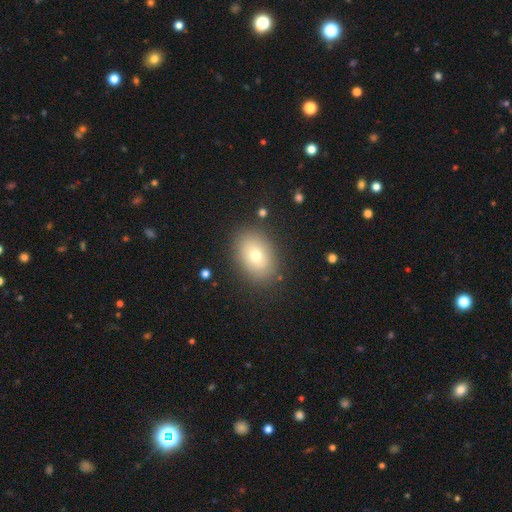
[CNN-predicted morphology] smooth-or-featured: smooth: 71% | featured or disk: 18% | star or artifact: 11%
  how-rounded: in between: 74% | round: 25% | cigar-shaped: 1%
  merging: none: 85% | minor disturbance: 10% | major disturbance: 4% | merger: 2%